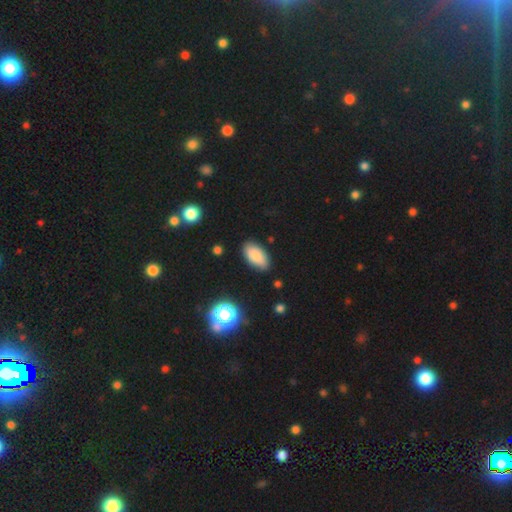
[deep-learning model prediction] Overall: smooth (82%). How rounded: in between (93%). Merging: none (84%).